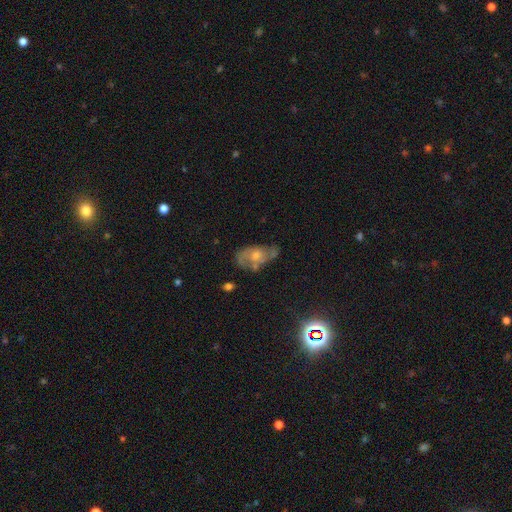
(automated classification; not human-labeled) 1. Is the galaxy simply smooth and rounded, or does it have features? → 59% featured or disk, 25% smooth, 16% star or artifact.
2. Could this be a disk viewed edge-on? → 93% no, 7% yes.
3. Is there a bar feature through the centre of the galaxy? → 79% no, 17% weak, 3% strong.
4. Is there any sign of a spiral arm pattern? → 65% yes, 35% no.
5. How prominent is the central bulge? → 50% moderate, 40% small, 5% none, 4% large, 1% dominant.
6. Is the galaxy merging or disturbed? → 55% none, 26% minor disturbance, 14% major disturbance, 5% merger.